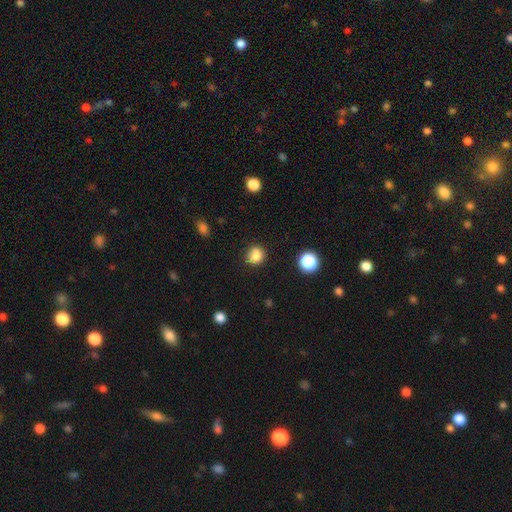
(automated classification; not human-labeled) Smooth or featured? smooth (83%)
How rounded? round (75%)
Merging? none (74%)